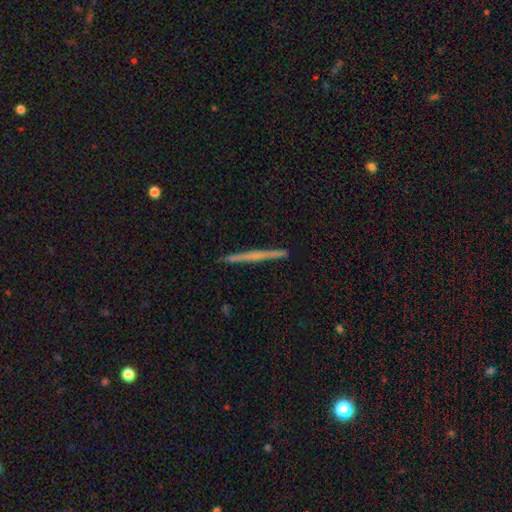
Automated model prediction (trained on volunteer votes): featured or disk 54%, smooth 40%, star or artifact 6%. Down the decision tree: edge-on disk — yes (98%); edge-on bulge — none (82%); merging — none (93%).